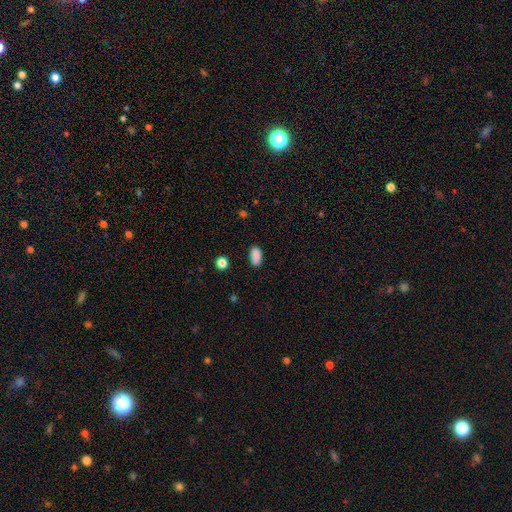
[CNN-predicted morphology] Q: Smooth or featured?
A: smooth (87%); runner-up: star or artifact (8%)
Q: How rounded?
A: in between (91%); runner-up: cigar-shaped (5%)
Q: Merging?
A: none (82%); runner-up: minor disturbance (13%)